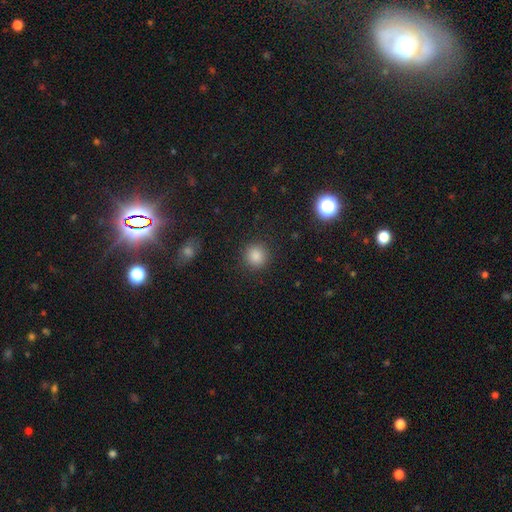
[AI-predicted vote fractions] Q: Smooth or featured?
A: smooth (83%); runner-up: star or artifact (13%)
Q: How rounded?
A: round (91%); runner-up: in between (8%)
Q: Merging?
A: none (90%); runner-up: minor disturbance (6%)